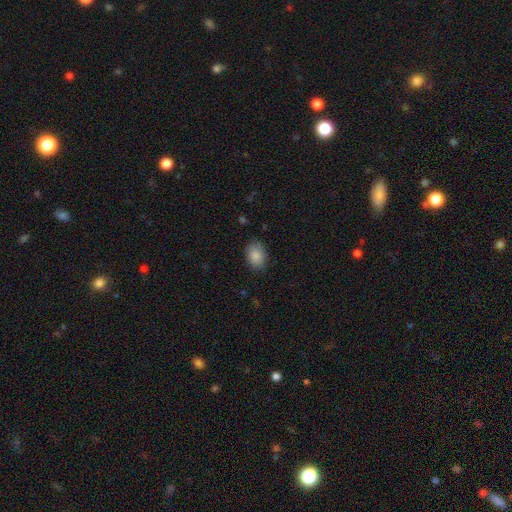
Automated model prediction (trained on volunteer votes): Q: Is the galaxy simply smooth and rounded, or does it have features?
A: smooth — 87%.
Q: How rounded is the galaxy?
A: in between — 78%.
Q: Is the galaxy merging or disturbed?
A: none — 81%.